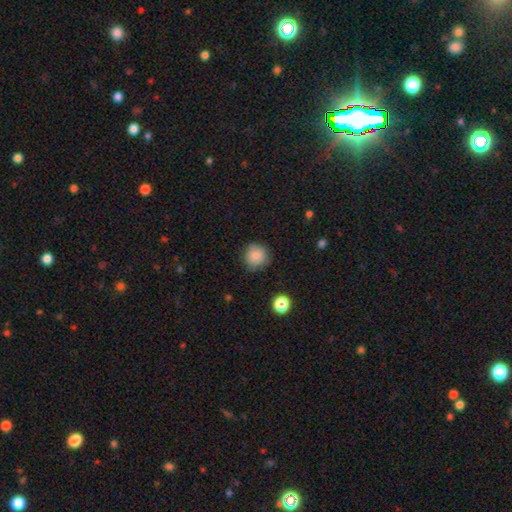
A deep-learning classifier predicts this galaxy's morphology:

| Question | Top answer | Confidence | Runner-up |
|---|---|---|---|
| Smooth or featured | smooth | 84% | star or artifact (9%) |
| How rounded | round | 89% | in between (10%) |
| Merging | none | 76% | minor disturbance (19%) |